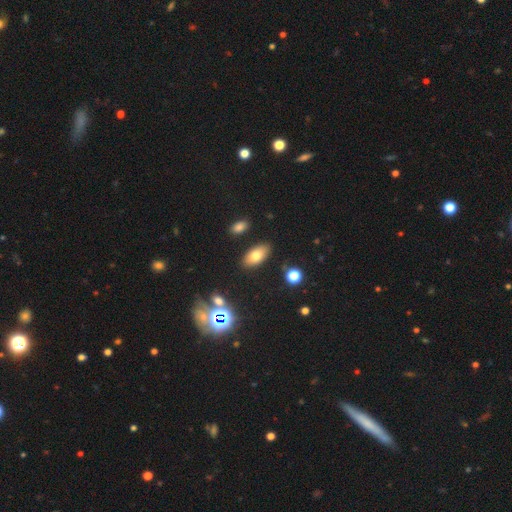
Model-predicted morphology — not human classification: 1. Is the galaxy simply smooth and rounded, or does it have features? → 74% smooth, 15% featured or disk, 11% star or artifact.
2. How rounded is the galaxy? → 91% in between, 5% cigar-shaped, 4% round.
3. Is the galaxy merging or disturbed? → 85% none, 9% minor disturbance, 3% merger, 3% major disturbance.